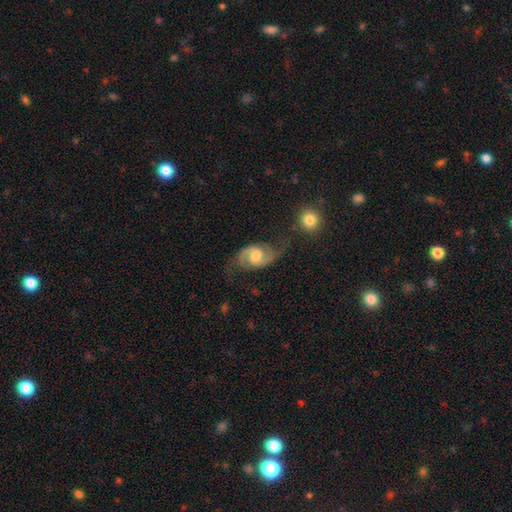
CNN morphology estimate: This appears to be a featured or disk galaxy (87%) with no bar (46%), 2 (93%) medium (56%) spiral arms (97%) and a moderate central bulge (68%). Merging: none (65%).